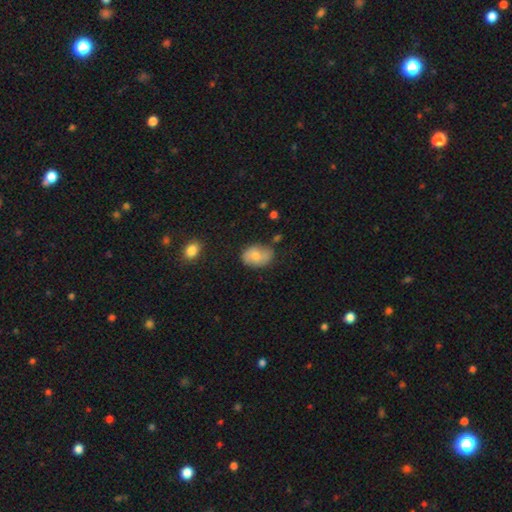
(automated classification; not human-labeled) Smooth or featured: smooth — 69% (featured or disk — 23%)
How rounded: in between — 76% (round — 22%)
Merging: none — 63% (minor disturbance — 27%)